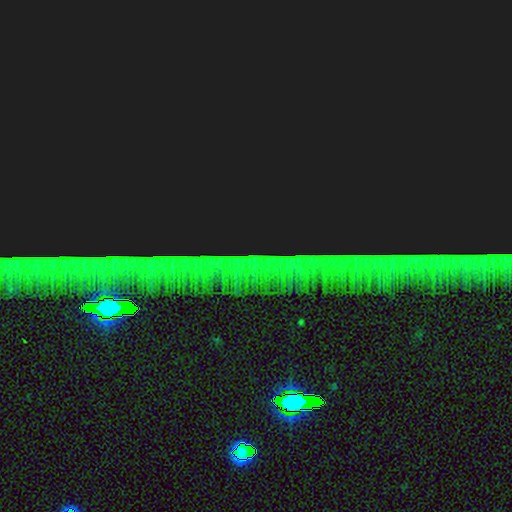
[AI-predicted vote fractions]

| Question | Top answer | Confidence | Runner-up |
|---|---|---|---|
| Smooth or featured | star or artifact | 85% | featured or disk (8%) |